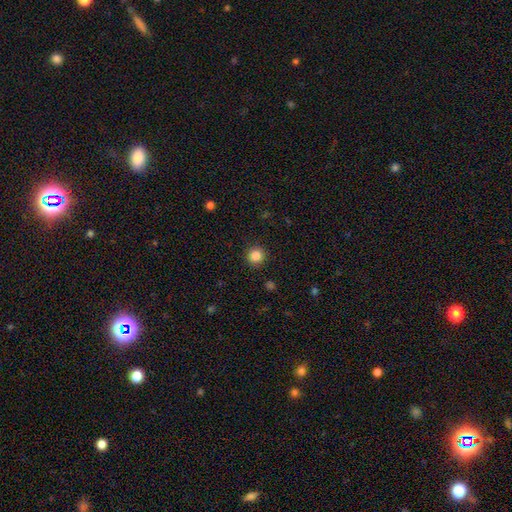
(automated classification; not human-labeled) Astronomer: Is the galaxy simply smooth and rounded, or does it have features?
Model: smooth — 85%.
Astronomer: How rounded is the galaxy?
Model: round — 94%.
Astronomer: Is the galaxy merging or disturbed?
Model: none — 91%.